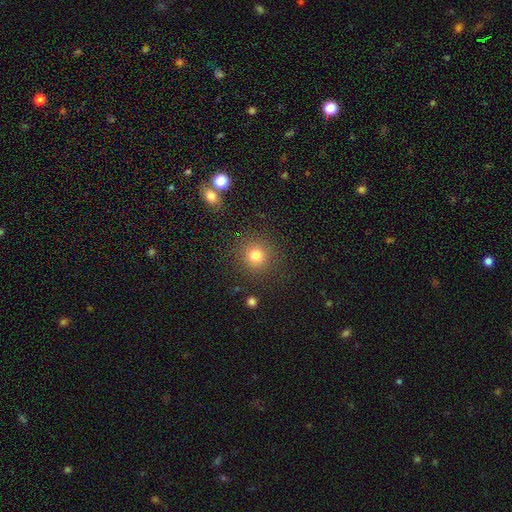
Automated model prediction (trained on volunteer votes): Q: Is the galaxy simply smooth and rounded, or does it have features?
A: smooth — 79%.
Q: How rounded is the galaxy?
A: round — 93%.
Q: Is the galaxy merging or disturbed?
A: none — 88%.